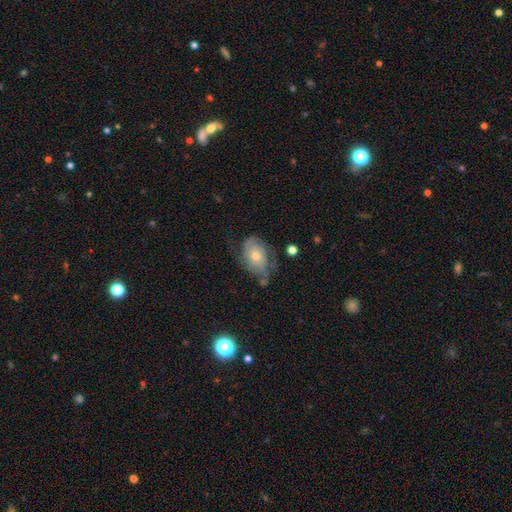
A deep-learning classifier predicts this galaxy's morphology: This appears to be a featured or disk galaxy (48%). Merging: none (46%).